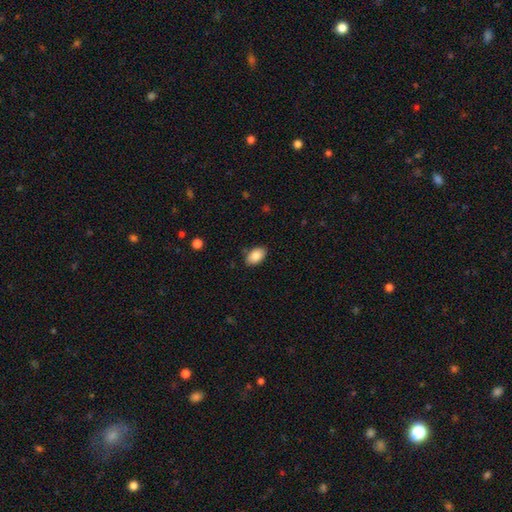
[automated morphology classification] smooth 87%, star or artifact 7%, featured or disk 6%. Down the decision tree: how rounded — in between (92%); merging — none (85%).